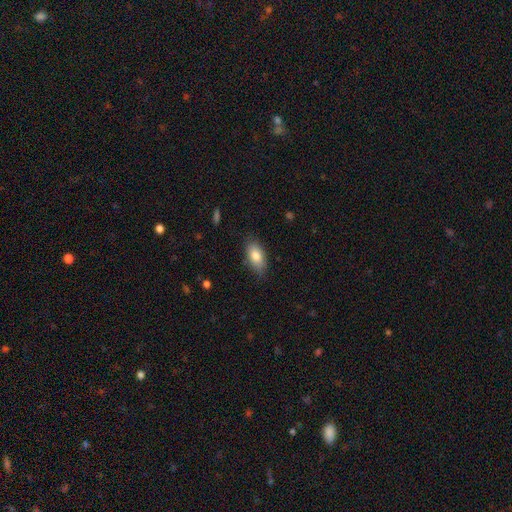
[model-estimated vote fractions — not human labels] Morphology: type=smooth (82%); roundness=in between (90%); merging=none (81%).